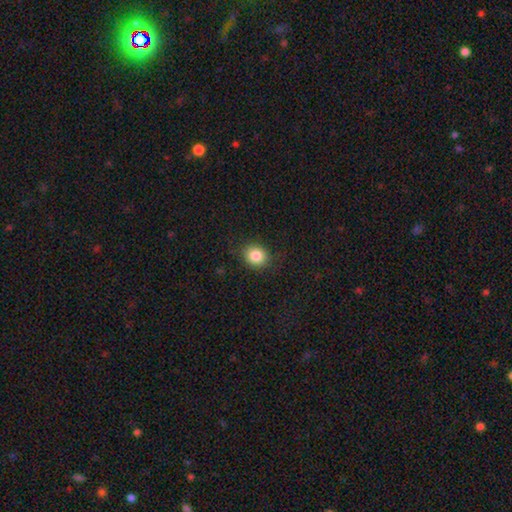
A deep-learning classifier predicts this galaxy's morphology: The model was most divided on "how rounded": round: 74%, in between: 25%, cigar-shaped: 1%. More confident: merging — none (87%); smooth or featured — smooth (85%).